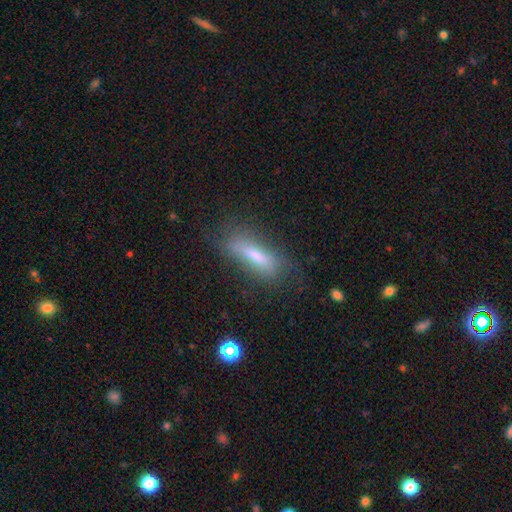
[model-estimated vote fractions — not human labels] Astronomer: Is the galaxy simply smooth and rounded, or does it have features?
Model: smooth — 63%.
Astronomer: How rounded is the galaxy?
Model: cigar-shaped — 59% (runner-up: in between, 38%).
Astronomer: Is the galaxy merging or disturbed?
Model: none — 58%.